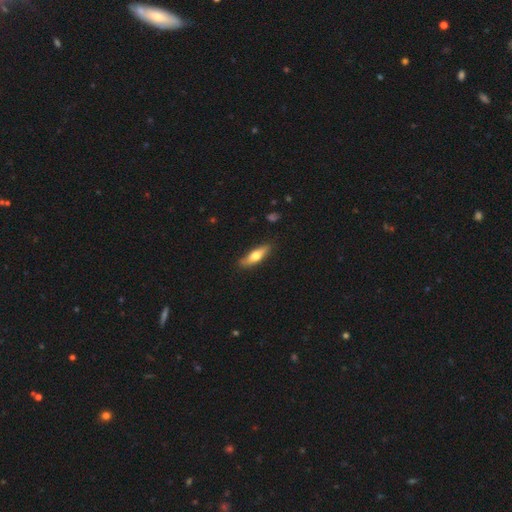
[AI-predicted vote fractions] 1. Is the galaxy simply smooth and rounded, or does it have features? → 58% smooth, 37% featured or disk, 6% star or artifact.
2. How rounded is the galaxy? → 59% cigar-shaped, 38% in between, 3% round.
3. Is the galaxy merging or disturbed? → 86% none, 11% minor disturbance, 2% major disturbance, 1% merger.